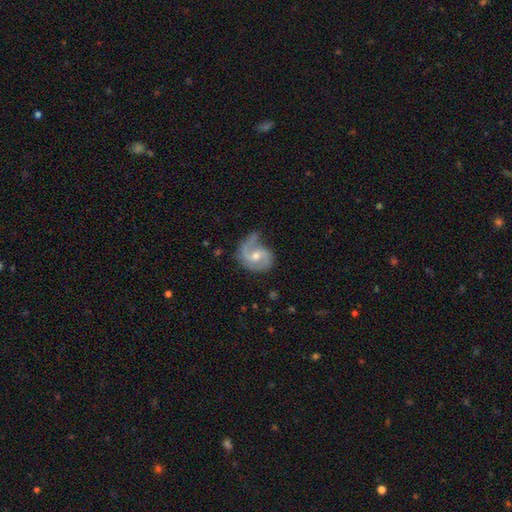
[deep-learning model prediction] Smooth or featured? featured or disk (87%)
Edge-on disk? no (98%)
Bar? weak (48%)
Spiral arms? yes (96%)
Spiral winding? medium (52%)
Spiral arm count? 2 (80%)
Bulge size? moderate (59%)
Merging? none (58%)